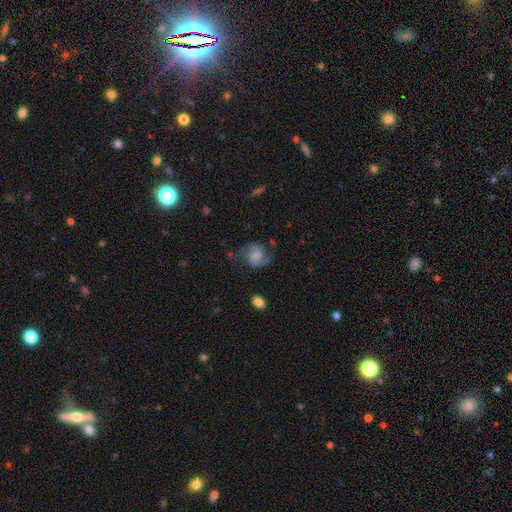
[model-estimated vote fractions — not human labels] Smooth or featured? featured or disk (74%)
Edge-on disk? no (98%)
Bar? weak (51%)
Spiral arms? yes (95%)
Spiral winding? medium (53%)
Spiral arm count? 2 (89%)
Bulge size? small (34%)
Merging? none (67%)